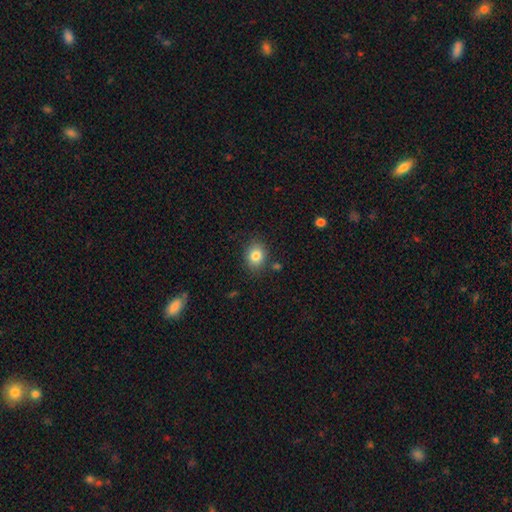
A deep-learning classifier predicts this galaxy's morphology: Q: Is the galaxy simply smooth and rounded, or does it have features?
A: smooth — 83%.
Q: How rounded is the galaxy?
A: round — 53%.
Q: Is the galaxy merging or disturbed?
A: none — 84%.